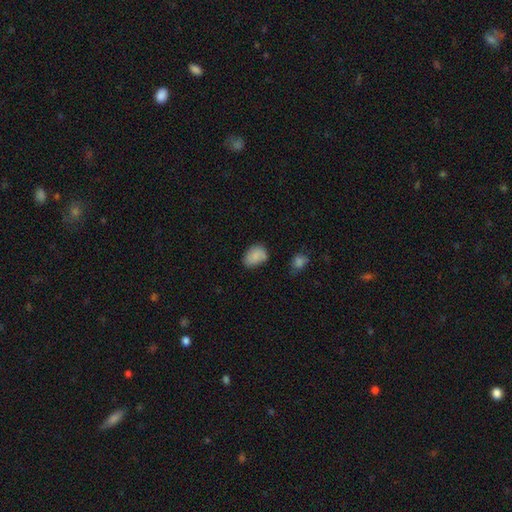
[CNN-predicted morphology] smooth-or-featured: smooth: 81% | featured or disk: 10% | star or artifact: 8%
  how-rounded: in between: 74% | round: 25% | cigar-shaped: 1%
  merging: none: 63% | minor disturbance: 26% | merger: 6% | major disturbance: 5%